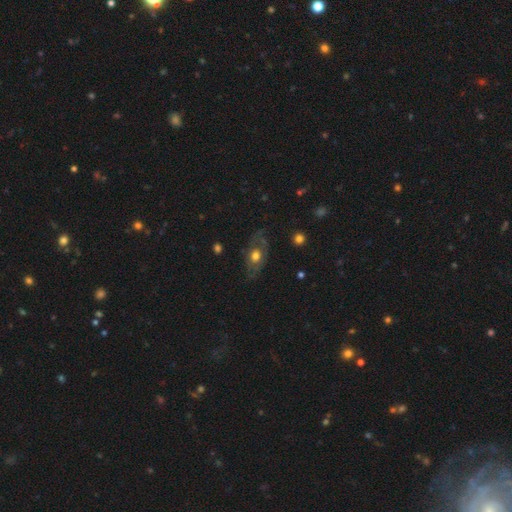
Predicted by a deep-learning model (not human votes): This appears to be a featured or disk galaxy (53%). Merging: none (64%).